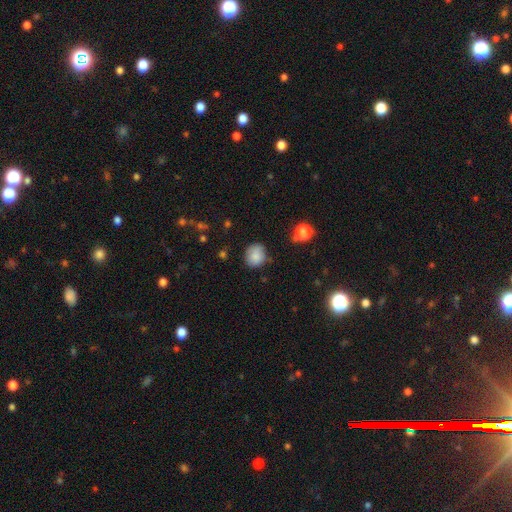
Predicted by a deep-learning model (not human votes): A smooth galaxy with no disk features (83%) that is round (76%).

Vote fractions:
- Smooth or featured? smooth: 83% / star or artifact: 10% / featured or disk: 7%
- How rounded? round: 76% / in between: 23% / cigar-shaped: 1%
- Merging? none: 73% / minor disturbance: 21% / major disturbance: 4% / merger: 2%